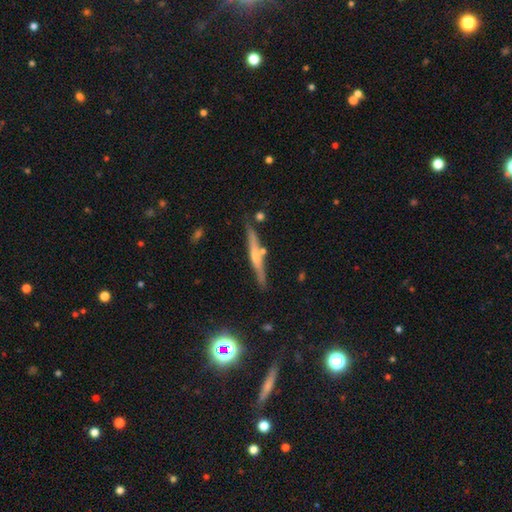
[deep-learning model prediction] smooth_or_featured: featured or disk (p=0.70) [alt: smooth p=0.20]
disk_edge_on: yes (p=0.97) [alt: no p=0.03]
edge_on_bulge: rounded (p=0.78) [alt: none p=0.16]
merging: none (p=0.84) [alt: minor disturbance p=0.09]